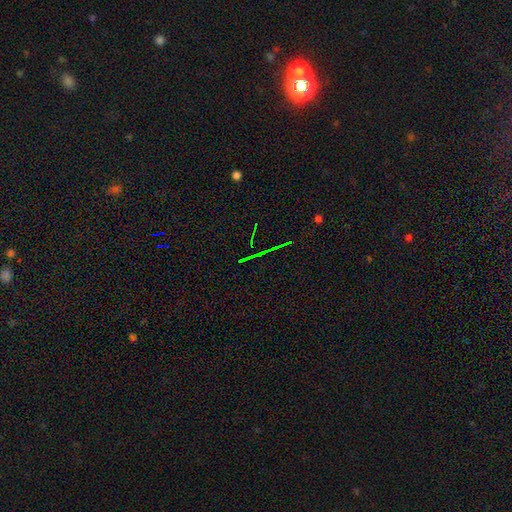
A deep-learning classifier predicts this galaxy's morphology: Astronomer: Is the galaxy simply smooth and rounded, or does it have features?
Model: star or artifact — 73%.